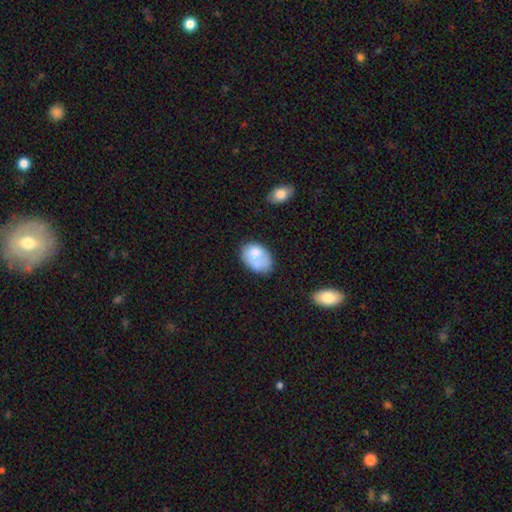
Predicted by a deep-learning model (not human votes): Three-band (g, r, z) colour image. It shows a smooth galaxy with no disk features (70%) that is in between round and cigar-shaped (83%). Merging: none (44%).